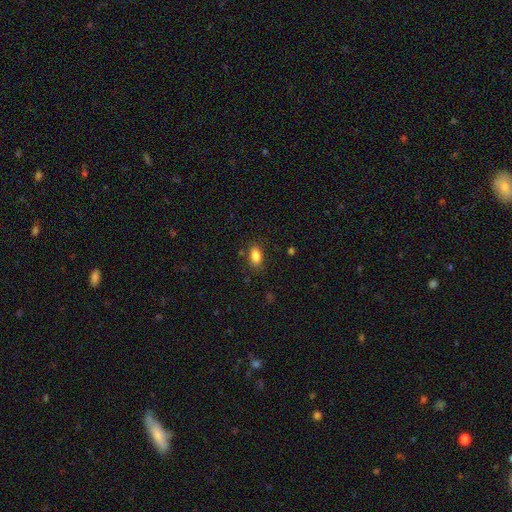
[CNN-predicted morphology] The model was most divided on "merging": none: 83%, minor disturbance: 12%, major disturbance: 3%, merger: 2%. More confident: how rounded — in between (89%); smooth or featured — smooth (86%).